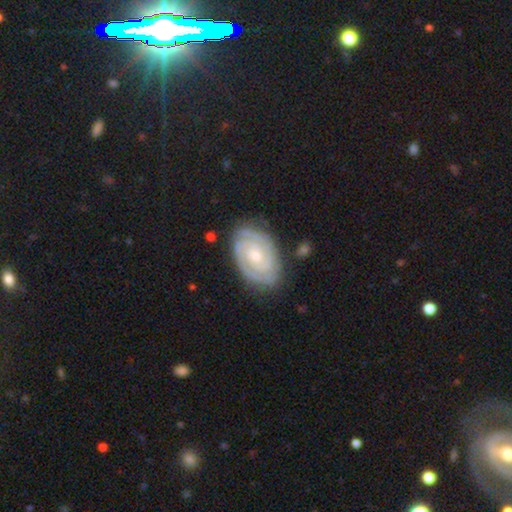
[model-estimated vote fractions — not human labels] This is clearly a featured or disk galaxy (88%). It is clearly not viewed edge-on (97%). Bar: likely no (67%). Spiral arm pattern: clearly yes (98%). Spiral arm count: possibly 2 (52%). Spiral winding: clearly tight (80%). Central bulge: likely small (70%). Merging: clearly none (80%).